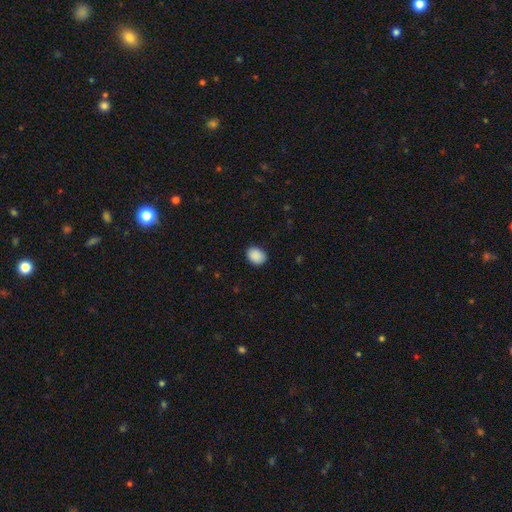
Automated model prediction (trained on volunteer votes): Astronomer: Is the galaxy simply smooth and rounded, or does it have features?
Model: smooth — 90%.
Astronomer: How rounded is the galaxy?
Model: in between — 58% (runner-up: round, 41%).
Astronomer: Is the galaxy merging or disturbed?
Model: none — 87%.